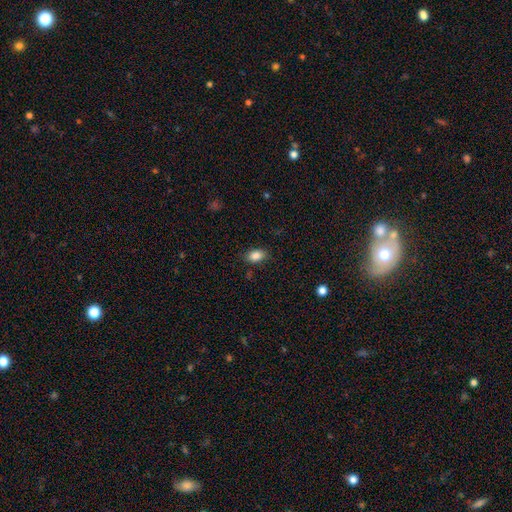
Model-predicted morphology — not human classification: Smooth or featured? Predicted: smooth (p=0.86). How rounded? Predicted: in between (p=0.84). Merging? Predicted: none (p=0.84).